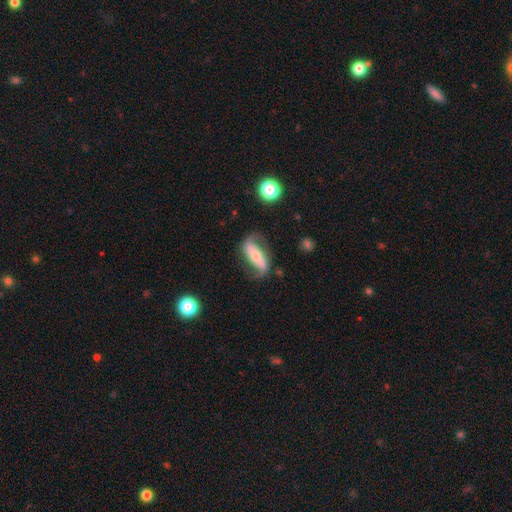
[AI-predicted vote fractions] Overall: featured or disk (73%). Edge-on disk: no (88%). Bar: strong (54%; no 27%). Spiral arms: yes (88%). Spiral arm count: 2 (88%). Spiral winding: loose (61%; medium 27%). Bulge size: small (51%; moderate 39%). Merging: none (66%).